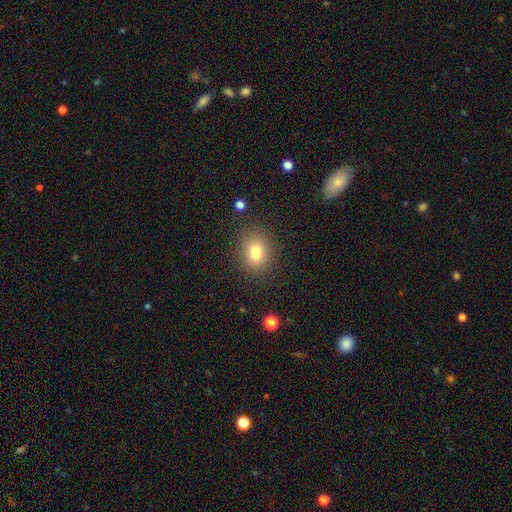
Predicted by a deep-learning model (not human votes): This appears to be a smooth galaxy with no disk features (73%) that is in between round and cigar-shaped (50%). Merging: none (58%).